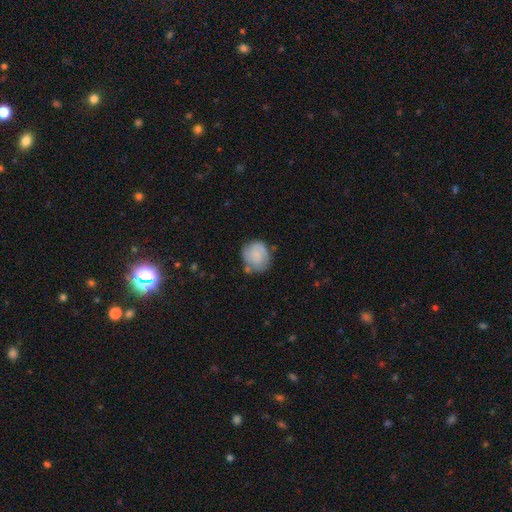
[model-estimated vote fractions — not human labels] Smooth or featured?
  - smooth: 65% *
  - featured or disk: 28%
  - star or artifact: 7%
How rounded?
  - round: 82% *
  - in between: 17%
  - cigar-shaped: 1%
Merging?
  - none: 64% *
  - minor disturbance: 22%
  - merger: 7%
  - major disturbance: 7%